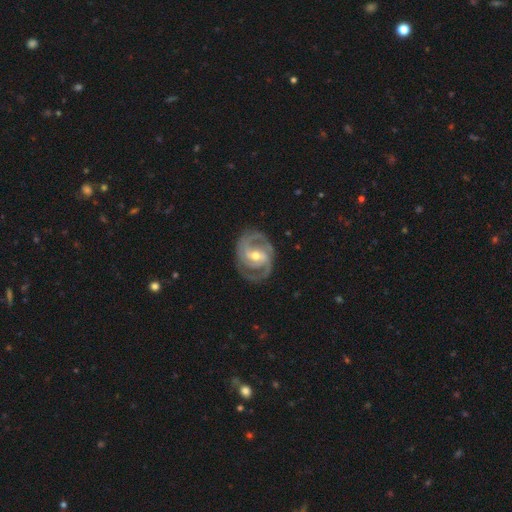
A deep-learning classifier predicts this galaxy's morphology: Overall: featured or disk (91%). Edge-on disk: no (97%). Bar: weak (46%; strong 33%). Spiral arms: yes (97%). Spiral arm count: 2 (64%). Spiral winding: medium (49%; tight 42%). Bulge size: moderate (62%; small 34%). Merging: none (79%).